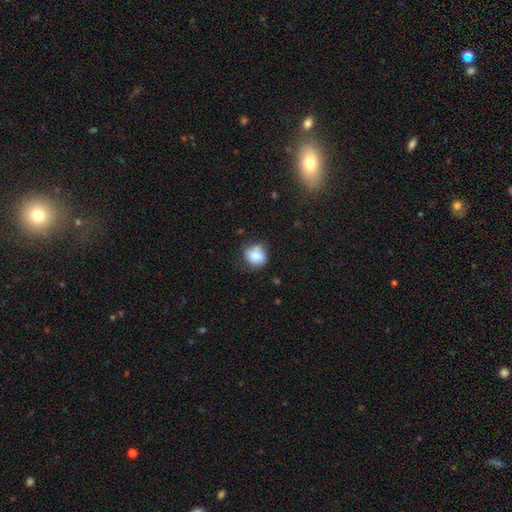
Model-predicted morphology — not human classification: A smooth galaxy with no disk features (78%) that is round (70%).

Vote fractions:
- Smooth or featured? smooth: 78% / featured or disk: 13% / star or artifact: 9%
- How rounded? round: 70% / in between: 29% / cigar-shaped: 1%
- Merging? none: 52% / minor disturbance: 30% / major disturbance: 10% / merger: 8%